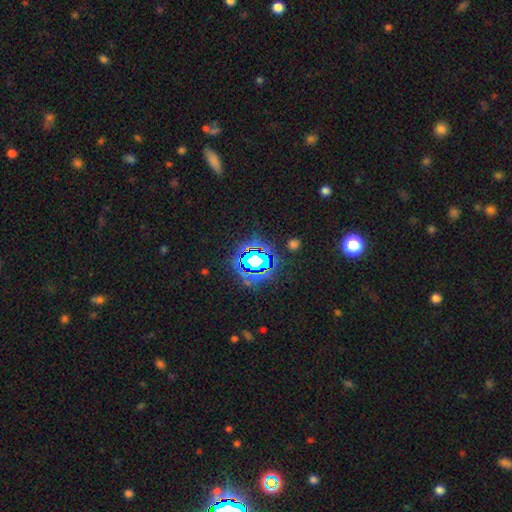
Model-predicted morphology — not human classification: This appears to be a star or artifact, not a galaxy (74%).